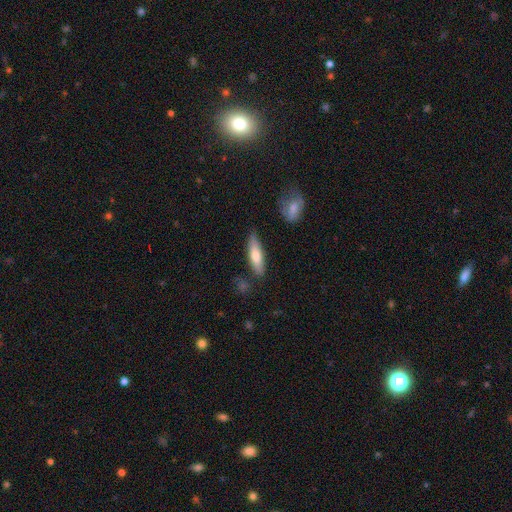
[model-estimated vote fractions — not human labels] Smooth or featured? Predicted: smooth (p=0.71). How rounded? Predicted: cigar-shaped (p=0.62). Merging? Predicted: none (p=0.78).